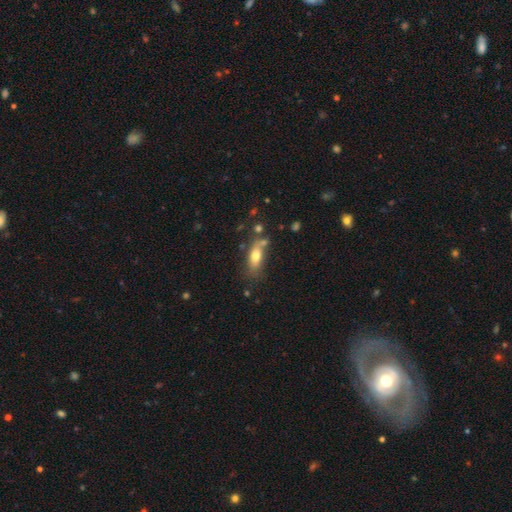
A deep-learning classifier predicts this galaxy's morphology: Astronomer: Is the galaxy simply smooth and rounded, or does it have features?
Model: smooth — 70%.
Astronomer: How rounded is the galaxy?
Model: in between — 74%.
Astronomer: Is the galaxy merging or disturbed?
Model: none — 52%.